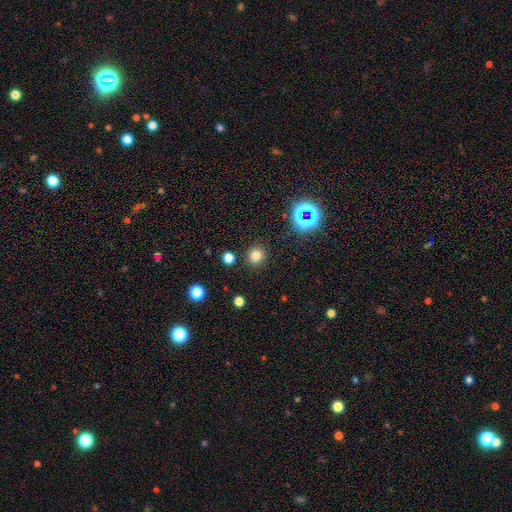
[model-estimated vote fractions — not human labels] Morphology: type=smooth (77%); roundness=round (90%); merging=none (89%).